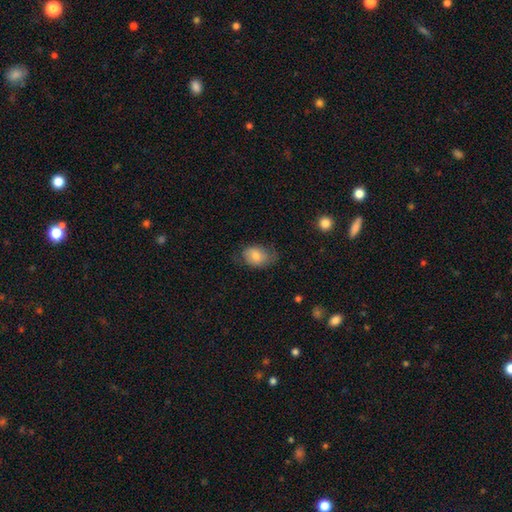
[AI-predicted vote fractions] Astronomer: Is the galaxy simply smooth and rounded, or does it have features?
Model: smooth — 72%.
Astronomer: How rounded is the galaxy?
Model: in between — 72%.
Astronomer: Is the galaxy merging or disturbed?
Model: none — 57%.